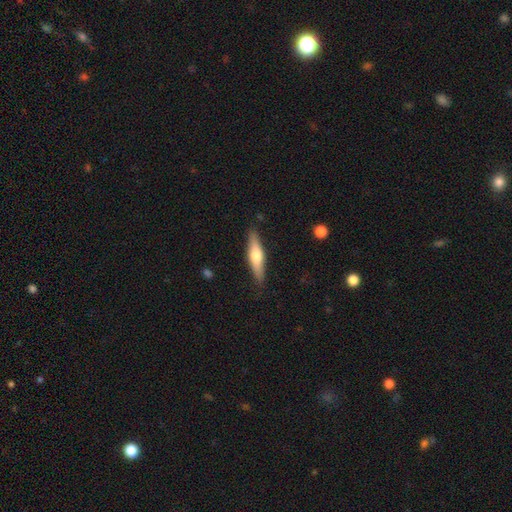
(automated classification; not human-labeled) smooth-or-featured: smooth: 51% | featured or disk: 44% | star or artifact: 5%
  how-rounded: cigar-shaped: 74% | in between: 24% | round: 2%
  merging: none: 86% | minor disturbance: 10% | major disturbance: 2% | merger: 1%